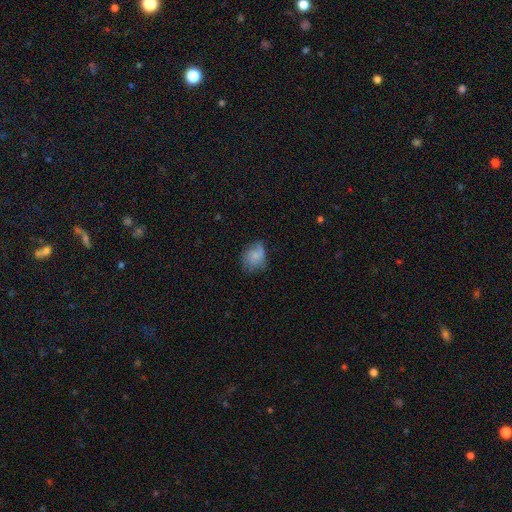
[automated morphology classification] The model was most divided on "how rounded": in between: 54%, round: 45%, cigar-shaped: 1%. Remaining: smooth or featured — smooth (65%); merging — none (48%).